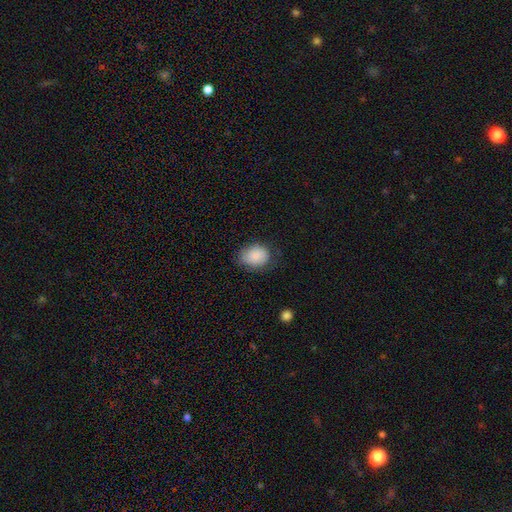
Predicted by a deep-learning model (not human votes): This is clearly a smooth galaxy (85%). How rounded: possibly in between (57%). Merging: likely none (69%).